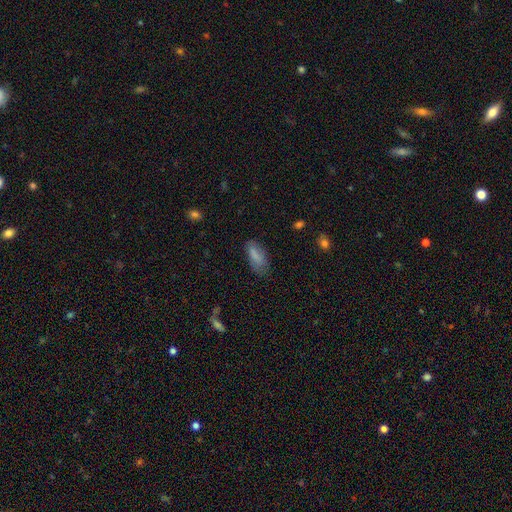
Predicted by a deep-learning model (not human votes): Smooth or featured?
  - smooth: 80% *
  - featured or disk: 11%
  - star or artifact: 8%
How rounded?
  - in between: 77% *
  - cigar-shaped: 21%
  - round: 2%
Merging?
  - none: 62% *
  - minor disturbance: 26%
  - major disturbance: 9%
  - merger: 2%